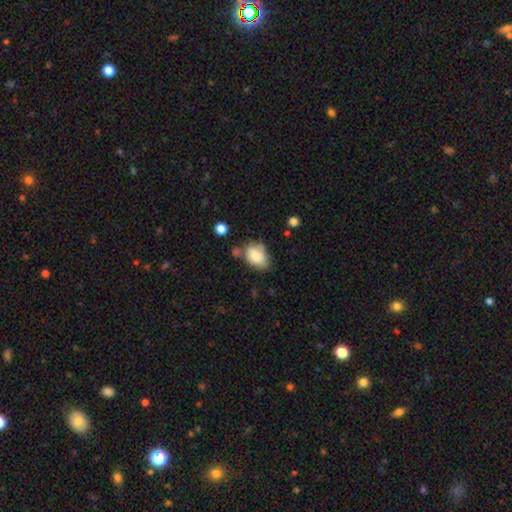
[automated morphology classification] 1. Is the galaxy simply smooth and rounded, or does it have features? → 78% smooth, 14% featured or disk, 8% star or artifact.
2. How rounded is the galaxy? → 81% in between, 17% round, 1% cigar-shaped.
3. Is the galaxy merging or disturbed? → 48% none, 30% minor disturbance, 13% merger, 9% major disturbance.